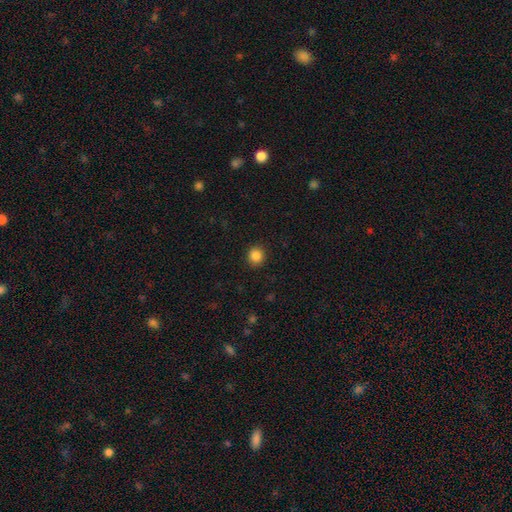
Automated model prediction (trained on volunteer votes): smooth-or-featured: smooth: 86% | star or artifact: 10% | featured or disk: 3%
  how-rounded: round: 89% | in between: 10% | cigar-shaped: 1%
  merging: none: 91% | minor disturbance: 6% | major disturbance: 2% | merger: 1%